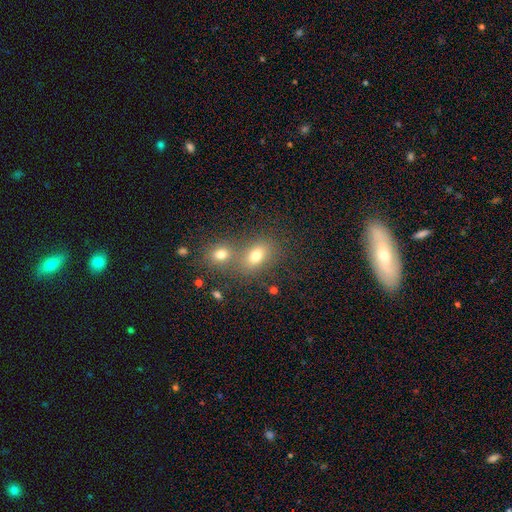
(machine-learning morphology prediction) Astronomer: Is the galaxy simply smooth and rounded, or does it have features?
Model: smooth — 73%.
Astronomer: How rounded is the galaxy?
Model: in between — 67%.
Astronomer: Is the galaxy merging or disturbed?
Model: none — 48% (runner-up: merger, 39%).